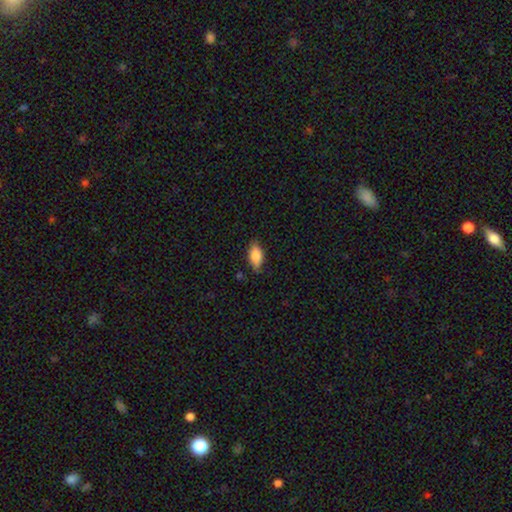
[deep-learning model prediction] Smooth or featured? Predicted: smooth (p=0.83). How rounded? Predicted: in between (p=0.88). Merging? Predicted: none (p=0.77).